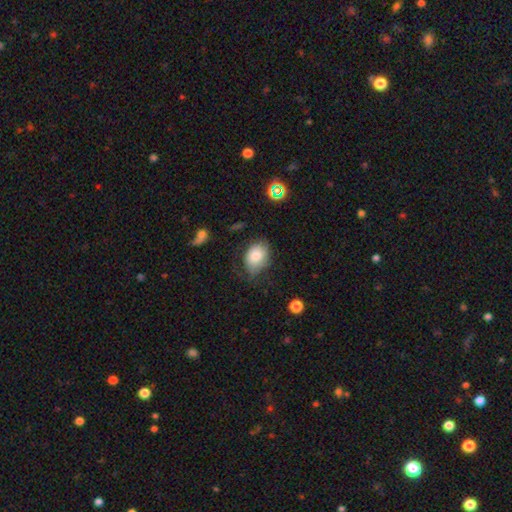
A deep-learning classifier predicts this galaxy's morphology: This appears to be a smooth galaxy with no disk features (74%) that is in between round and cigar-shaped (69%). Merging: none (52%).